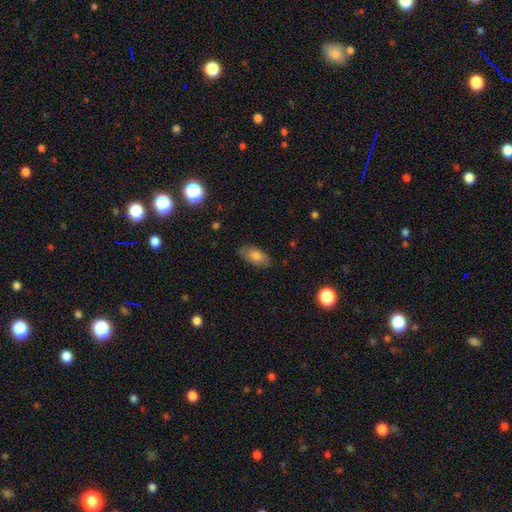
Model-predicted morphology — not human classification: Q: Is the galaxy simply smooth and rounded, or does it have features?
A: smooth — 79%.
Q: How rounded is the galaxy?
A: in between — 89%.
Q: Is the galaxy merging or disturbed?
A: none — 80%.